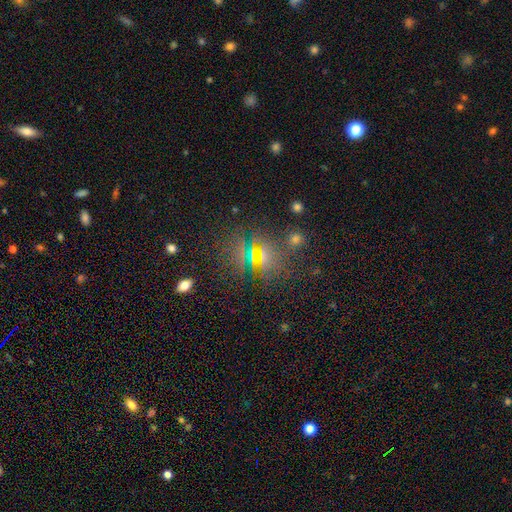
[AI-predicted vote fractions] smooth-or-featured: star or artifact: 51% | smooth: 37% | featured or disk: 12%